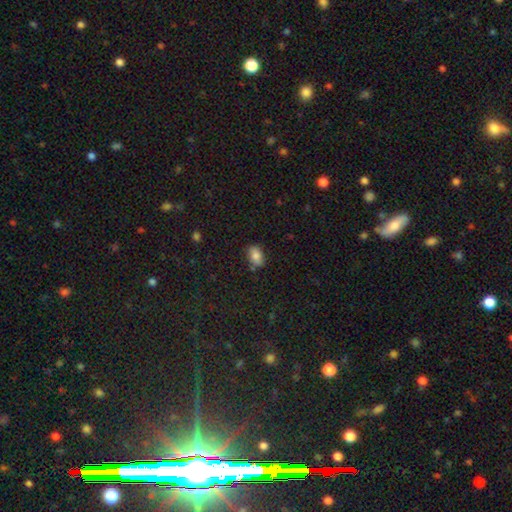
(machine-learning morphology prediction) smooth_or_featured: smooth (p=0.83) [alt: star or artifact p=0.09]
how_rounded: in between (p=0.85) [alt: round p=0.13]
merging: none (p=0.79) [alt: minor disturbance p=0.15]